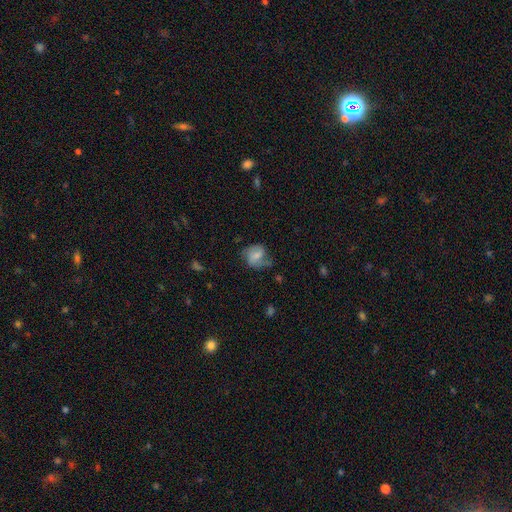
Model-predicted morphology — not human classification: Smooth or featured: smooth — 56% (featured or disk — 36%)
How rounded: round — 56% (in between — 43%)
Merging: none — 45% (minor disturbance — 31%)